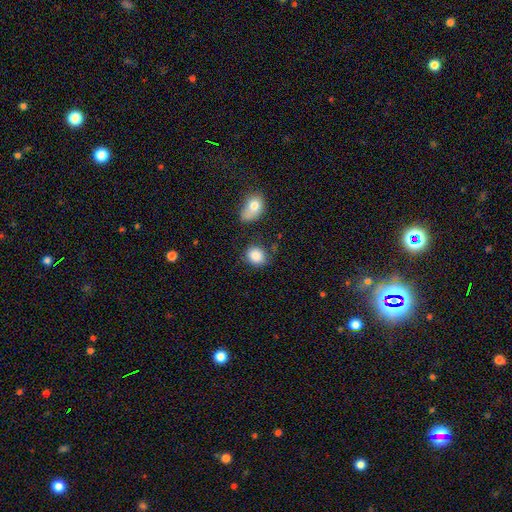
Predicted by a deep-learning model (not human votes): smooth 86%, star or artifact 8%, featured or disk 6%. Down the decision tree: how rounded — round (63%); merging — none (67%).